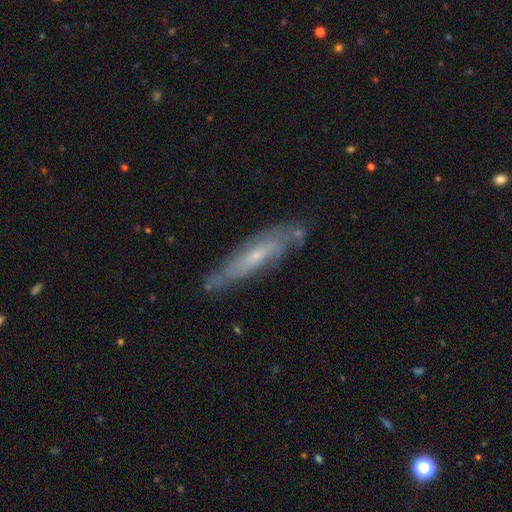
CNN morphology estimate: This appears to be a featured or disk galaxy (68%). Merging: none (72%).